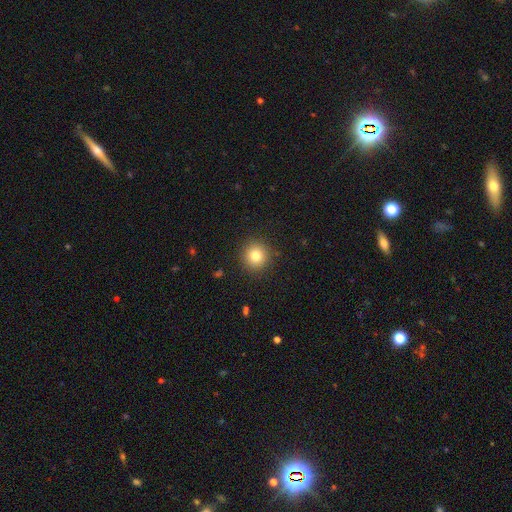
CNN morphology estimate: Smooth or featured: smooth — 80% (star or artifact — 12%)
How rounded: round — 94% (in between — 5%)
Merging: none — 91% (minor disturbance — 6%)